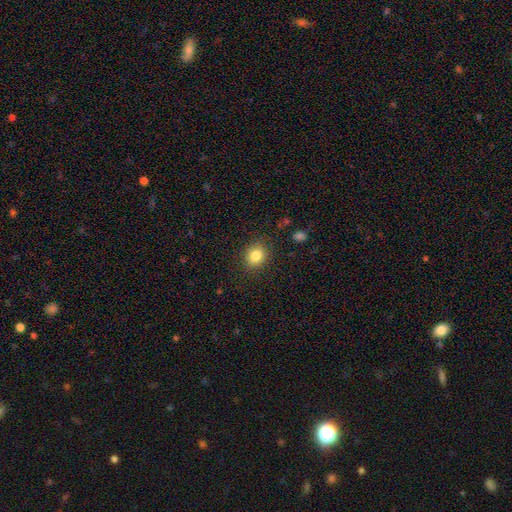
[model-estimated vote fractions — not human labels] Smooth or featured? Predicted: smooth (p=0.83). How rounded? Predicted: round (p=0.67). Merging? Predicted: none (p=0.87).